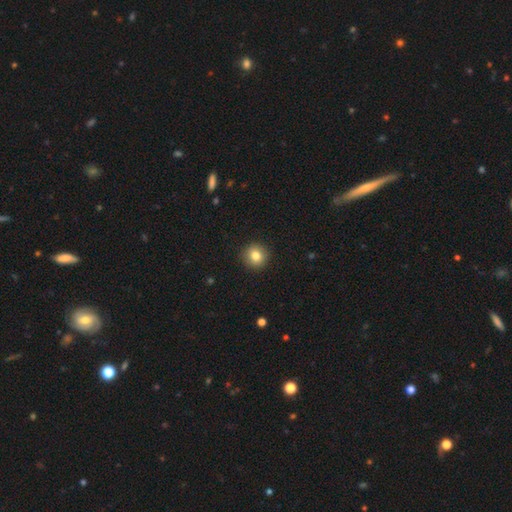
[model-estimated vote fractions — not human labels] A smooth galaxy with no disk features (82%) that is round (93%).

Vote fractions:
- Smooth or featured? smooth: 82% / star or artifact: 10% / featured or disk: 8%
- How rounded? round: 93% / in between: 6% / cigar-shaped: 1%
- Merging? none: 92% / minor disturbance: 6% / major disturbance: 2% / merger: 1%